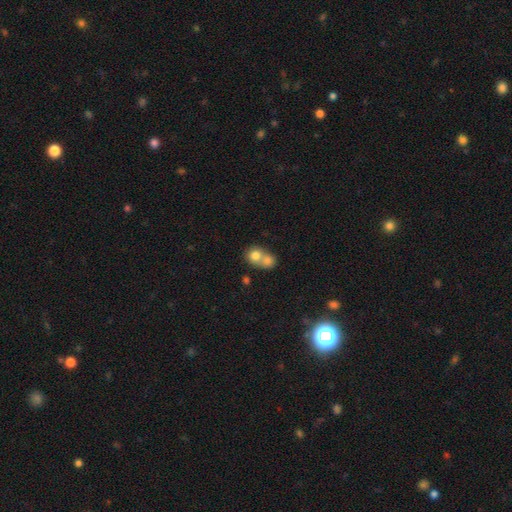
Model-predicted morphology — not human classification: The model was most divided on "merging": merger: 69%, none: 24%, minor disturbance: 5%, major disturbance: 2%. More confident: smooth or featured — smooth (76%); how rounded — round (75%).